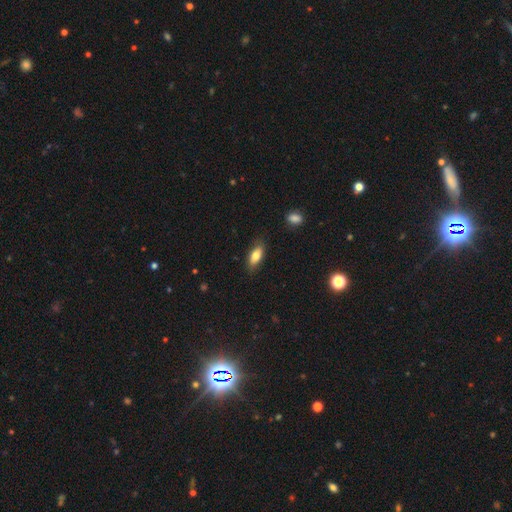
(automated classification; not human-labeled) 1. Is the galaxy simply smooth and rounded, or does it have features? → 77% smooth, 16% featured or disk, 7% star or artifact.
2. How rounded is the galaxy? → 83% in between, 13% cigar-shaped, 3% round.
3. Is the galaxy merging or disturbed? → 81% none, 15% minor disturbance, 3% major disturbance, 1% merger.